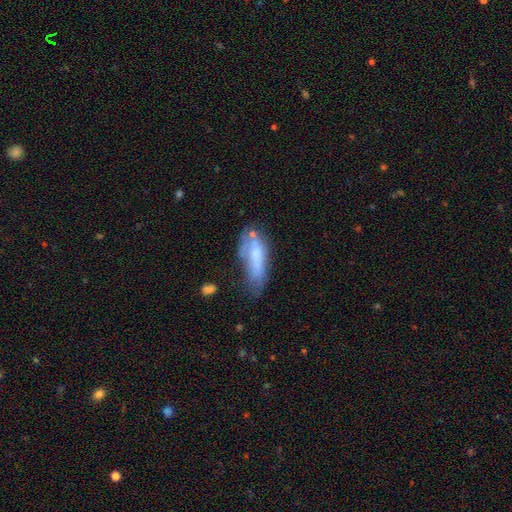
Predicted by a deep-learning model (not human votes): A smooth galaxy with no disk features (55%) that is in between round and cigar-shaped (62%).

Vote fractions:
- Smooth or featured? smooth: 55% / featured or disk: 37% / star or artifact: 9%
- How rounded? in between: 62% / cigar-shaped: 36% / round: 2%
- Merging? none: 33% / minor disturbance: 30% / major disturbance: 24% / merger: 14%